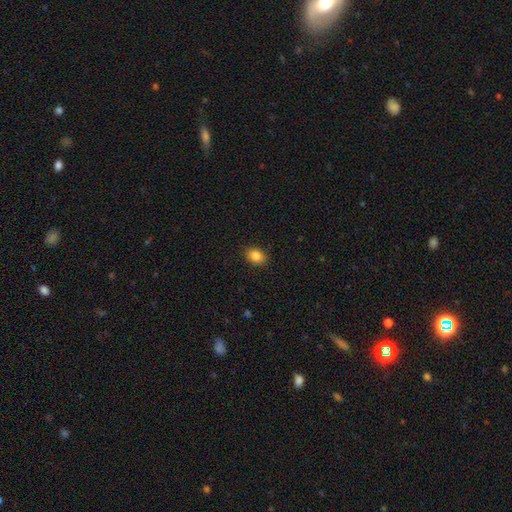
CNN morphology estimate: Smooth or featured: smooth — 85% (star or artifact — 9%)
How rounded: in between — 71% (round — 28%)
Merging: none — 89% (minor disturbance — 8%)